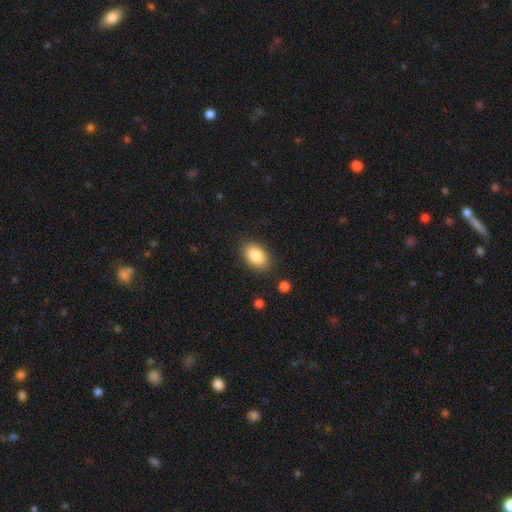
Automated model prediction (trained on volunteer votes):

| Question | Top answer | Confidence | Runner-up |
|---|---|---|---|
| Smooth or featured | smooth | 85% | featured or disk (8%) |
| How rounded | in between | 89% | round (9%) |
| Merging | none | 85% | minor disturbance (10%) |